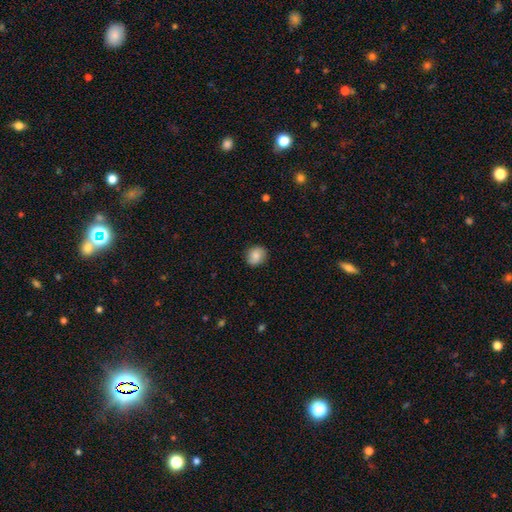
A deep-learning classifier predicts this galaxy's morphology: The model was most divided on "how rounded": round: 81%, in between: 18%, cigar-shaped: 1%. More confident: merging — none (85%); smooth or featured — smooth (80%).